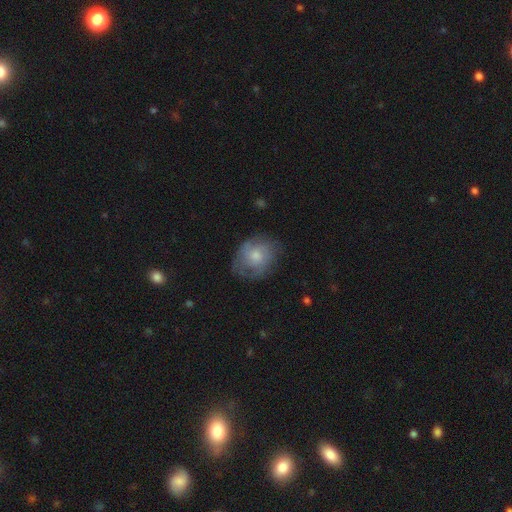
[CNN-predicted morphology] A featured or disk galaxy (47%).

Vote fractions:
- Smooth or featured? featured or disk: 47% / smooth: 46% / star or artifact: 7%
- Merging? none: 64% / minor disturbance: 24% / major disturbance: 11% / merger: 1%